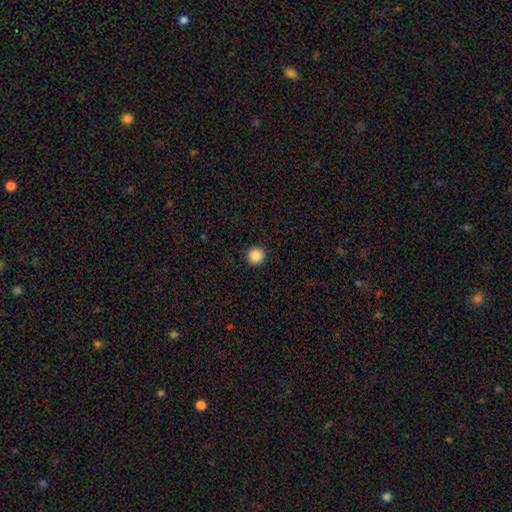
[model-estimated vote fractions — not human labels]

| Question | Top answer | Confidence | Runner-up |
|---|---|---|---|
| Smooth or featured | smooth | 88% | star or artifact (9%) |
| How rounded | round | 96% | in between (3%) |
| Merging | none | 93% | minor disturbance (4%) |